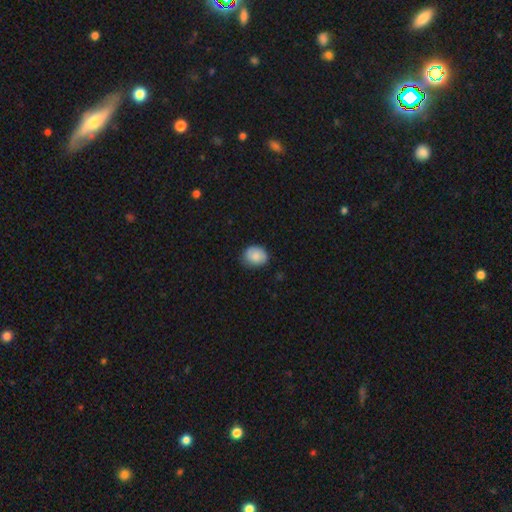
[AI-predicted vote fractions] Smooth or featured? Predicted: smooth (p=0.85). How rounded? Predicted: round (p=0.56). Merging? Predicted: none (p=0.78).